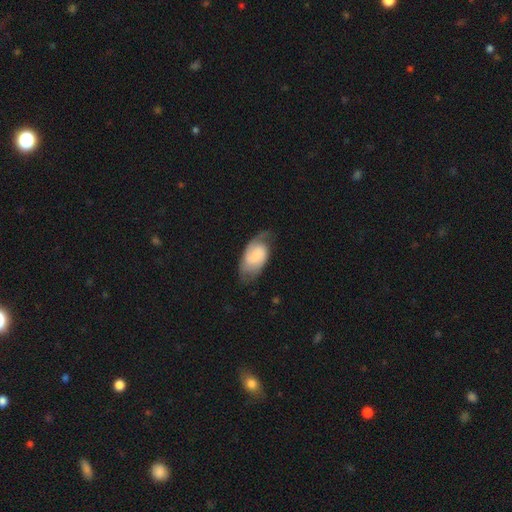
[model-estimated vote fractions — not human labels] Smooth or featured?
  - featured or disk: 57% *
  - smooth: 36%
  - star or artifact: 7%
Edge-on disk?
  - no: 96% *
  - yes: 4%
Bar?
  - no: 51% *
  - weak: 39%
  - strong: 10%
Spiral arms?
  - yes: 89% *
  - no: 11%
Bulge size?
  - none: 35% * (tied)
  - small: 35% * (tied)
  - moderate: 16%
  - large: 10%
  - dominant: 4%
Merging?
  - none: 57% *
  - minor disturbance: 27%
  - major disturbance: 14%
  - merger: 2%